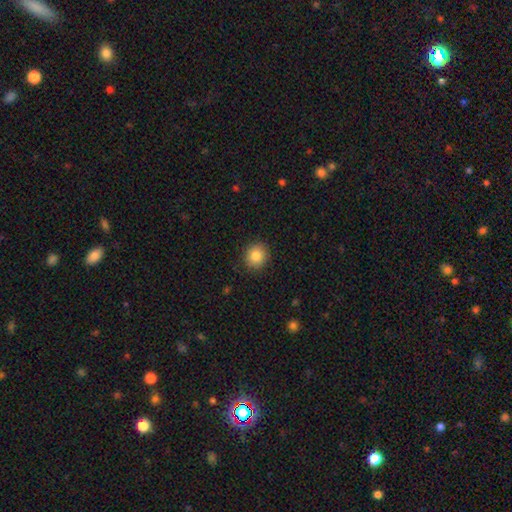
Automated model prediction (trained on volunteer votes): Smooth or featured: smooth — 84% (star or artifact — 10%)
How rounded: round — 84% (in between — 15%)
Merging: none — 90% (minor disturbance — 7%)